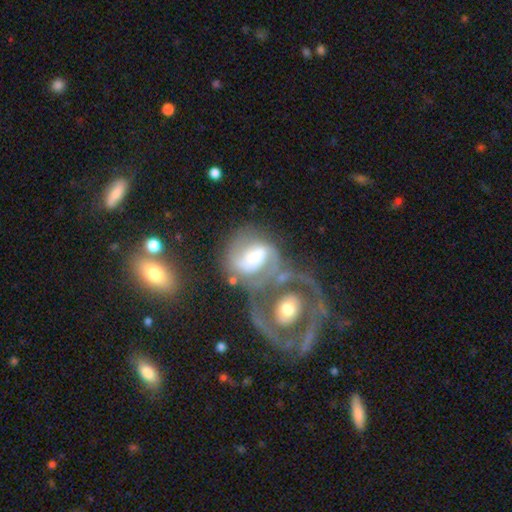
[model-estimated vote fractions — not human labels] Smooth or featured?
  - featured or disk: 75% *
  - smooth: 18%
  - star or artifact: 7%
Edge-on disk?
  - no: 97% *
  - yes: 3%
Bar?
  - weak: 41% *
  - no: 33%
  - strong: 26%
Spiral arms?
  - yes: 87% *
  - no: 13%
Spiral winding?
  - medium: 43% *
  - tight: 35%
  - loose: 21%
Spiral arm count?
  - 2: 68% *
  - can't tell: 14%
  - 1: 9%
  - 3: 5%
  - 4: 2%
  - more than 4: 2%
Bulge size?
  - moderate: 44% *
  - small: 25%
  - large: 20%
  - none: 7%
  - dominant: 4%
Merging?
  - merger: 54% *
  - none: 20%
  - major disturbance: 16%
  - minor disturbance: 9%